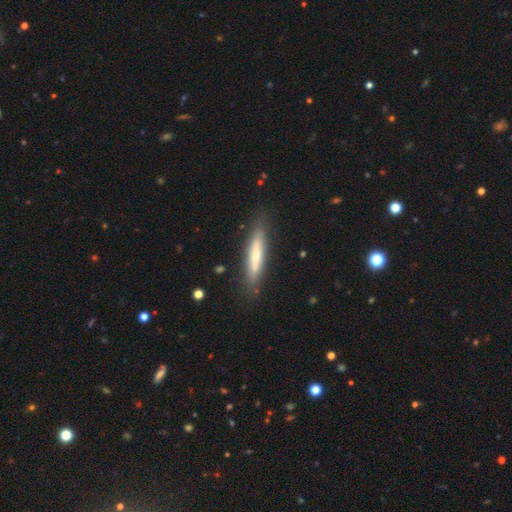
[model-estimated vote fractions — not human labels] Overall: smooth (65%; featured or disk 29%). How rounded: cigar-shaped (88%). Merging: none (82%).